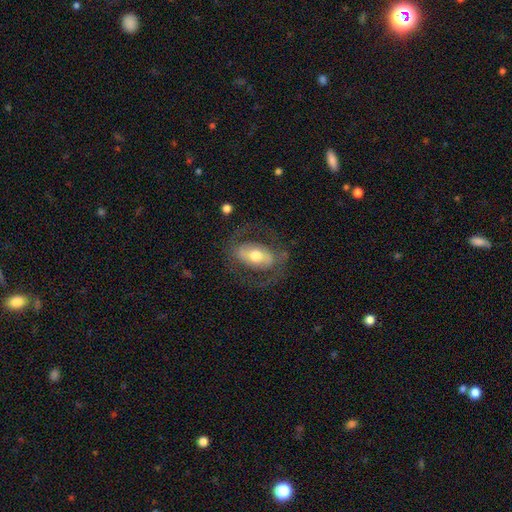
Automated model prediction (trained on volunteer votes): smooth-or-featured: featured or disk: 65% | smooth: 29% | star or artifact: 6%
  disk-edge-on: no: 93% | yes: 7%
    bar: strong: 35% | no: 33% | weak: 32%
    has-spiral-arms: yes: 55% | no: 45%
    bulge-size: moderate: 69% | large: 14% | small: 14% | dominant: 2% | none: 1%
  merging: none: 70% | major disturbance: 14% | minor disturbance: 14% | merger: 2%